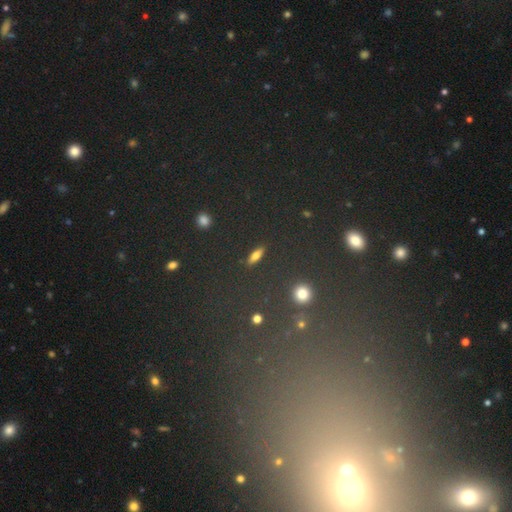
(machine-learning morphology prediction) This appears to be a smooth galaxy with no disk features (66%) that is in between round and cigar-shaped (49%). Merging: none (90%).